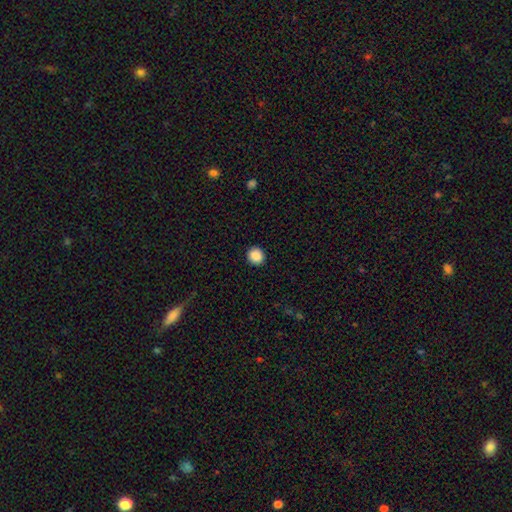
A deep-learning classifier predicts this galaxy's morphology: Smooth or featured? smooth (88%)
How rounded? round (92%)
Merging? none (93%)